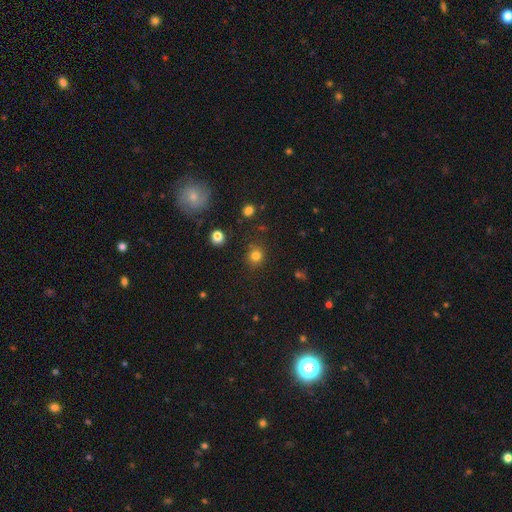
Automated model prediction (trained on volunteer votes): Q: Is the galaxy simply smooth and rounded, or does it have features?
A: smooth — 80%.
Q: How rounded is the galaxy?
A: round — 86%.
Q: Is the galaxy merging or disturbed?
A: none — 86%.